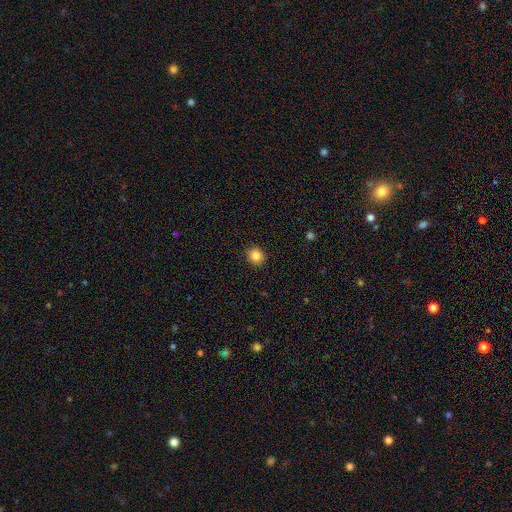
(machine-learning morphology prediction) smooth-or-featured: smooth: 86% | star or artifact: 10% | featured or disk: 4%
  how-rounded: round: 86% | in between: 13% | cigar-shaped: 1%
  merging: none: 91% | minor disturbance: 6% | major disturbance: 2% | merger: 1%